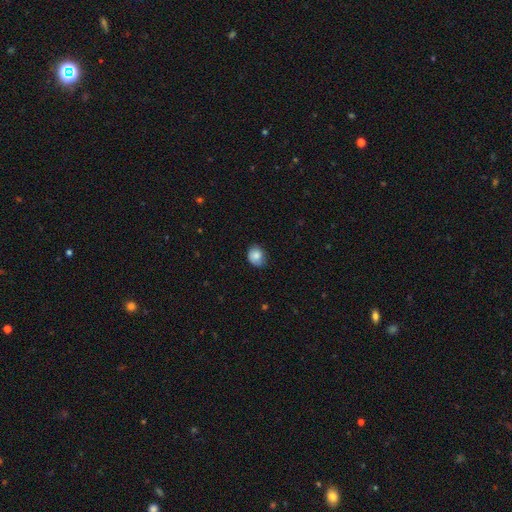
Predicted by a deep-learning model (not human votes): A smooth galaxy with no disk features (84%) that is round (66%).

Vote fractions:
- Smooth or featured? smooth: 84% / star or artifact: 9% / featured or disk: 8%
- How rounded? round: 66% / in between: 34% / cigar-shaped: 1%
- Merging? none: 71% / minor disturbance: 24% / major disturbance: 4% / merger: 1%